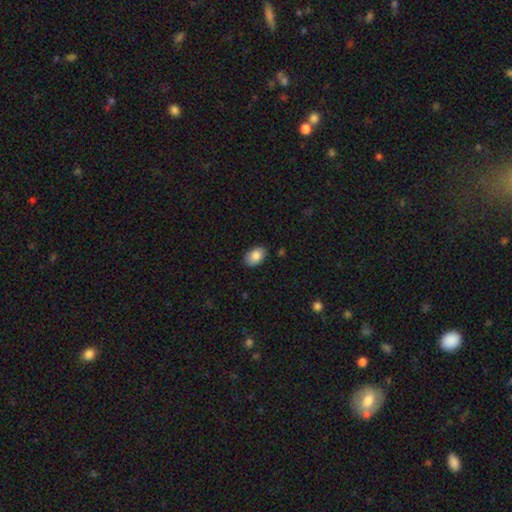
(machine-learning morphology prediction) This is clearly a smooth galaxy (86%). How rounded: clearly in between (88%). Merging: clearly none (85%).